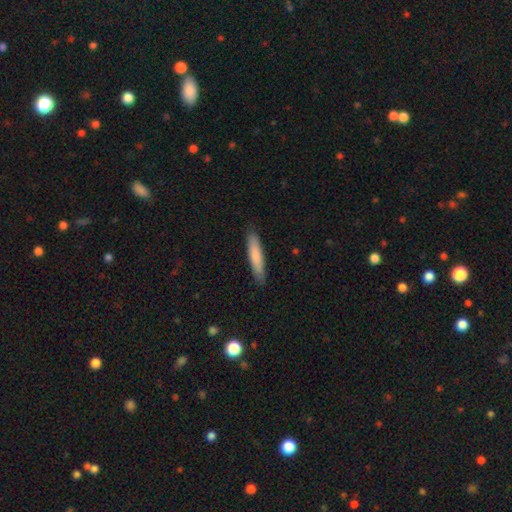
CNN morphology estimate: smooth-or-featured: smooth: 80% | featured or disk: 15% | star or artifact: 5%
  how-rounded: cigar-shaped: 89% | in between: 10% | round: 1%
  merging: none: 88% | minor disturbance: 9% | major disturbance: 2% | merger: 1%